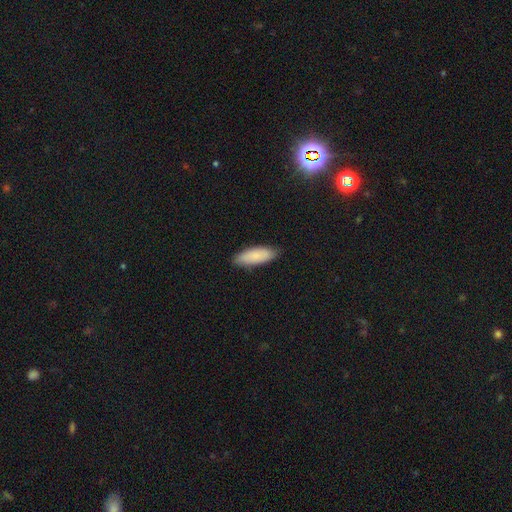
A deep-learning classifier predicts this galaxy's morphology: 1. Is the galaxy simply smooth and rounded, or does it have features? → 87% smooth, 7% featured or disk, 6% star or artifact.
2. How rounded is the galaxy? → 64% in between, 34% cigar-shaped, 2% round.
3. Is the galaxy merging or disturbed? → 85% none, 12% minor disturbance, 2% major disturbance, 1% merger.